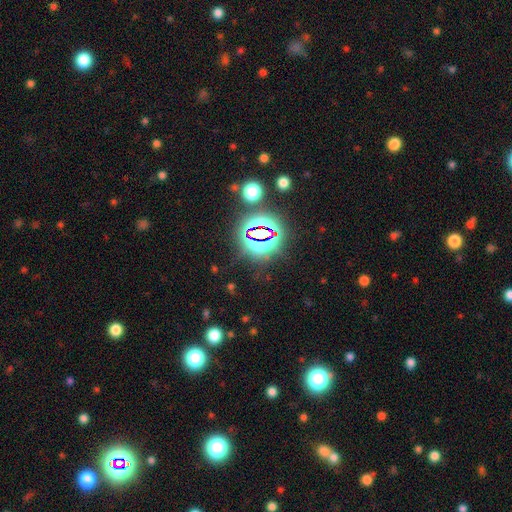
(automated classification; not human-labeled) smooth-or-featured: star or artifact: 81% | smooth: 12% | featured or disk: 7%